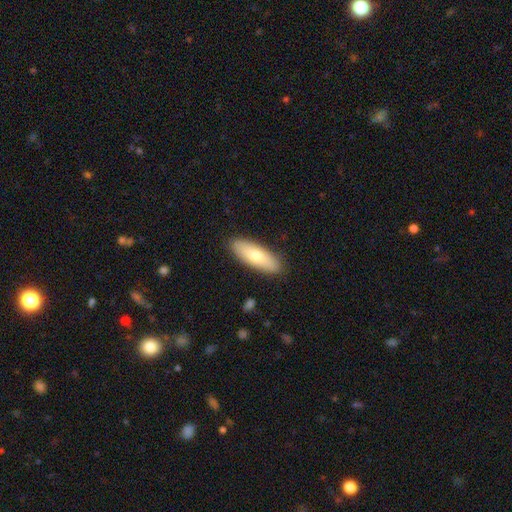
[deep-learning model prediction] Overall: smooth (73%). How rounded: in between (62%; cigar-shaped 36%). Merging: none (88%).